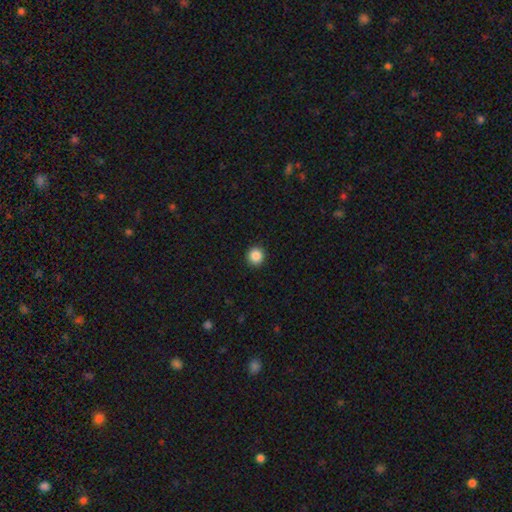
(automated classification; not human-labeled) Q: Smooth or featured?
A: smooth (87%); runner-up: star or artifact (10%)
Q: How rounded?
A: round (94%); runner-up: in between (5%)
Q: Merging?
A: none (93%); runner-up: minor disturbance (5%)